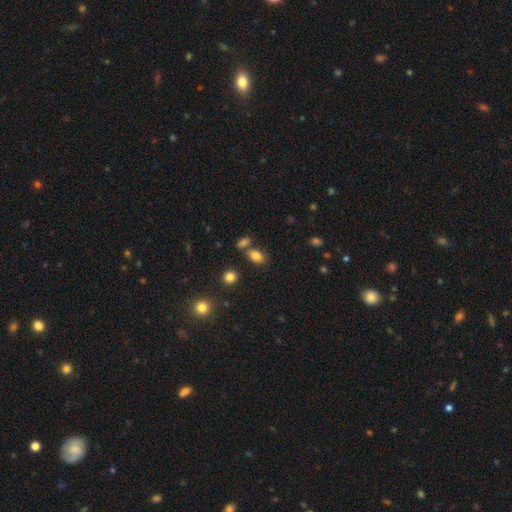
Smooth or featured: smooth — 82% (featured or disk — 10%)
How rounded: in between — 91% (round — 9%)
Merging: none — 64% (merger — 19%)